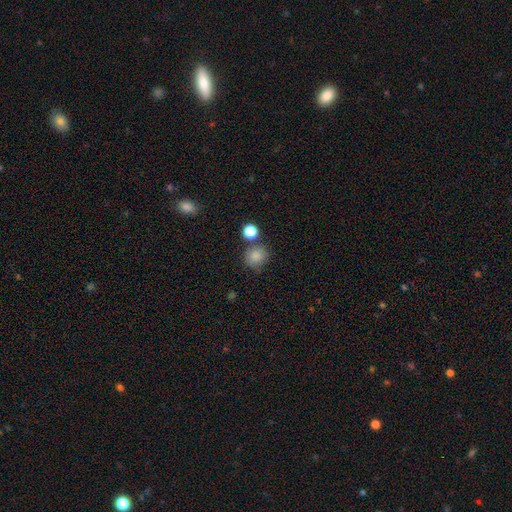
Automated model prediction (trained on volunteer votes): A smooth galaxy with no disk features (84%) that is round (87%). Merging: none (73%).